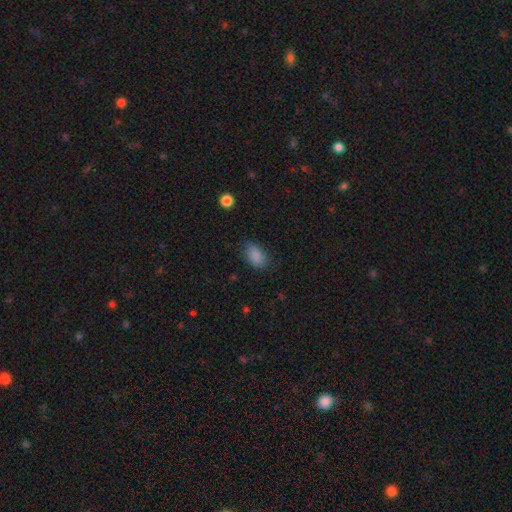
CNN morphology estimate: The model was most divided on "merging": none: 74%, minor disturbance: 20%, major disturbance: 5%, merger: 1%. More confident: how rounded — in between (88%); smooth or featured — smooth (85%).